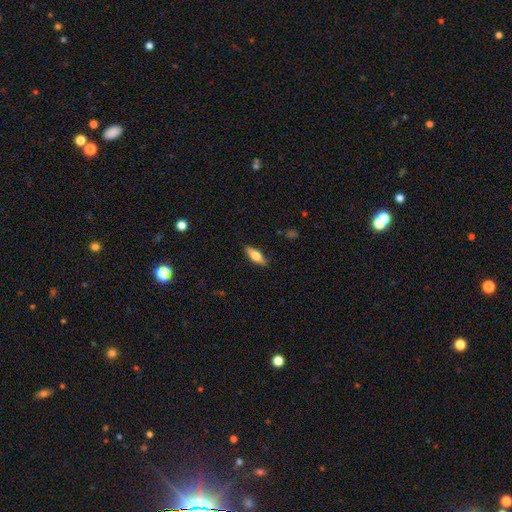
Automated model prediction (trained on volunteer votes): This appears to be a smooth galaxy with no disk features (54%) that is in between round and cigar-shaped (62%). Merging: none (87%).